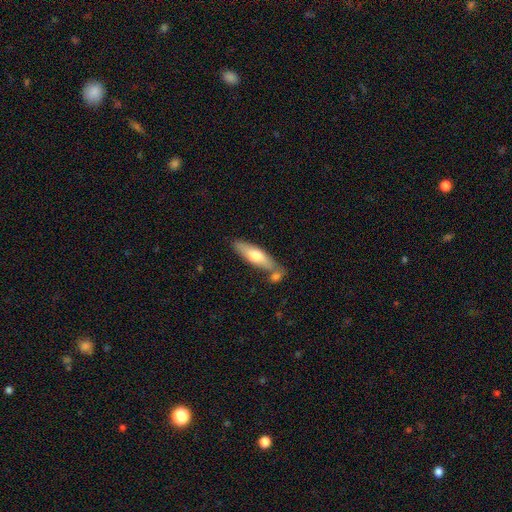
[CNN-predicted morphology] The model was most divided on "how rounded": cigar-shaped: 58%, in between: 40%, round: 2%. More confident: merging — none (66%); smooth or featured — smooth (61%).